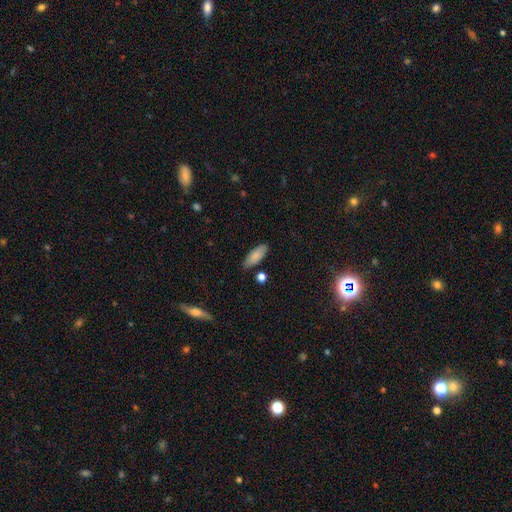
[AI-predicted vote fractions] A smooth galaxy with no disk features (84%) that is in between round and cigar-shaped (74%).

Vote fractions:
- Smooth or featured? smooth: 84% / featured or disk: 9% / star or artifact: 6%
- How rounded? in between: 74% / cigar-shaped: 24% / round: 2%
- Merging? none: 82% / minor disturbance: 13% / merger: 3% / major disturbance: 2%